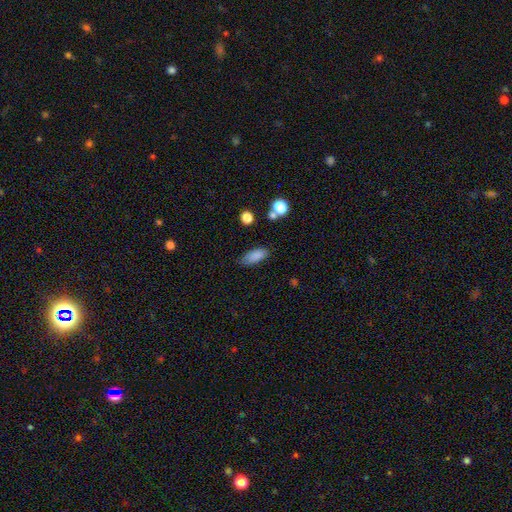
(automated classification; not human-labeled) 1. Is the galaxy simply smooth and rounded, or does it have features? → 85% smooth, 8% star or artifact, 6% featured or disk.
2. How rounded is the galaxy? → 81% in between, 16% cigar-shaped, 3% round.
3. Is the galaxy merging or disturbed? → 76% none, 16% minor disturbance, 4% major disturbance, 3% merger.